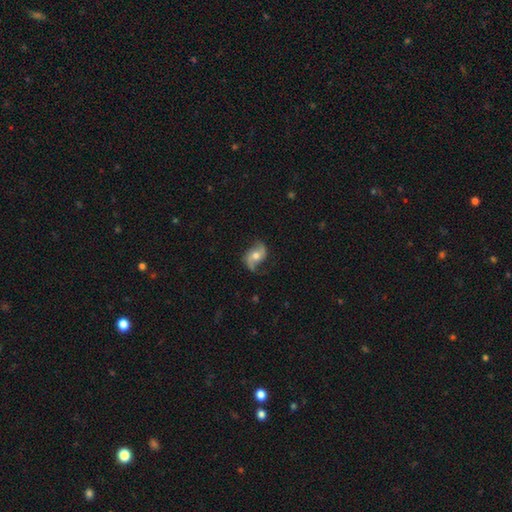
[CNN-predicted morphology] Overall: featured or disk (78%). Edge-on disk: no (97%). Bar: no (61%; weak 30%). Spiral arms: yes (95%). Spiral arm count: 2 (91%). Spiral winding: loose (60%; medium 32%). Bulge size: moderate (68%). Merging: none (74%).